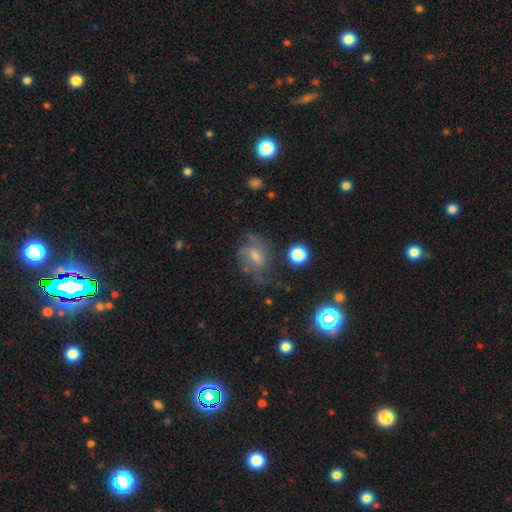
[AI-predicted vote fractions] Smooth or featured? Predicted: featured or disk (p=0.67). Edge-on disk? Predicted: no (p=0.97). Bar? Predicted: weak (p=0.50). Spiral arms? Predicted: yes (p=0.90). Spiral winding? Predicted: medium (p=0.48). Spiral arm count? Predicted: 2 (p=0.49). Bulge size? Predicted: moderate (p=0.43, tied with small). Merging? Predicted: none (p=0.62).